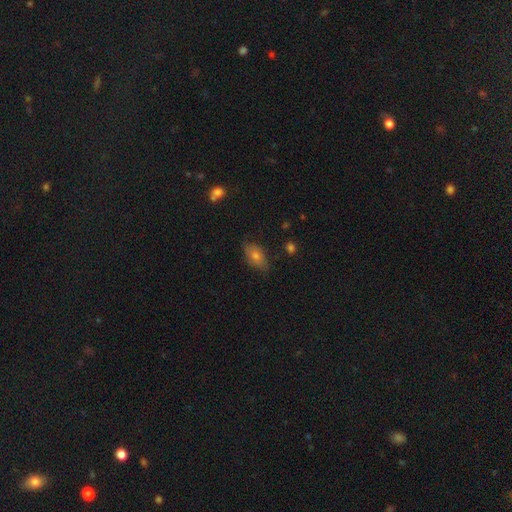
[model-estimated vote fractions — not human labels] Smooth or featured? smooth (64%)
How rounded? in between (86%)
Merging? none (77%)